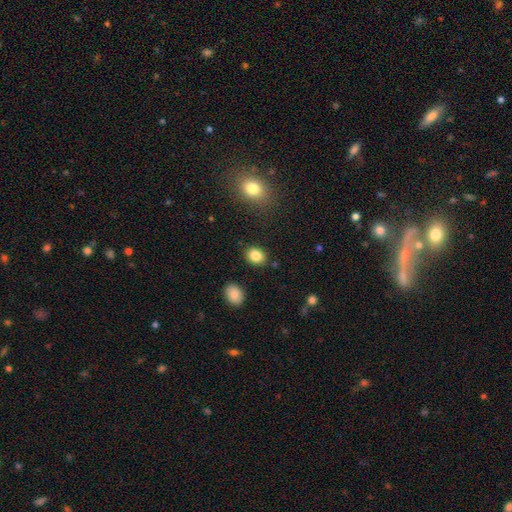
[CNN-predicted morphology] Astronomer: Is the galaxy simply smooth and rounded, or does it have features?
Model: smooth — 85%.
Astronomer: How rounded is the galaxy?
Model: in between — 54% (runner-up: round, 45%).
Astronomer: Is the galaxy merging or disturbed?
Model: none — 87%.